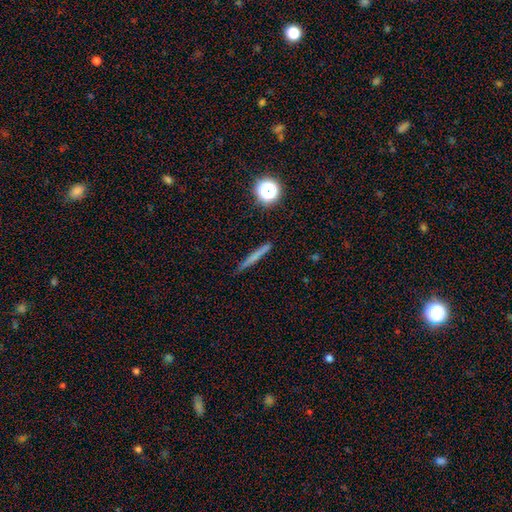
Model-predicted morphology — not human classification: smooth 56%, featured or disk 31%, star or artifact 14%. Down the decision tree: how rounded — cigar-shaped (90%); merging — none (86%).